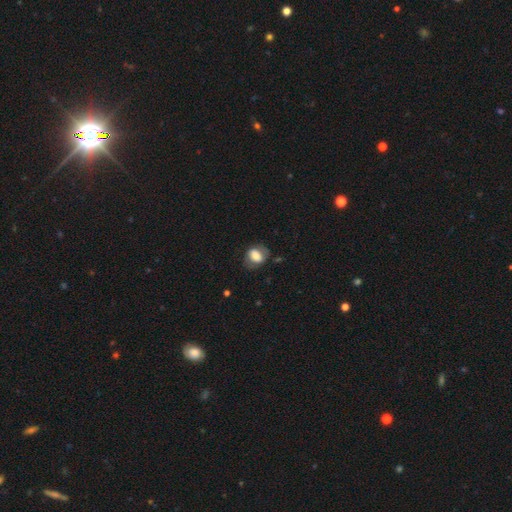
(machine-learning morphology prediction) Smooth or featured? smooth (68%)
How rounded? in between (67%)
Merging? none (62%)